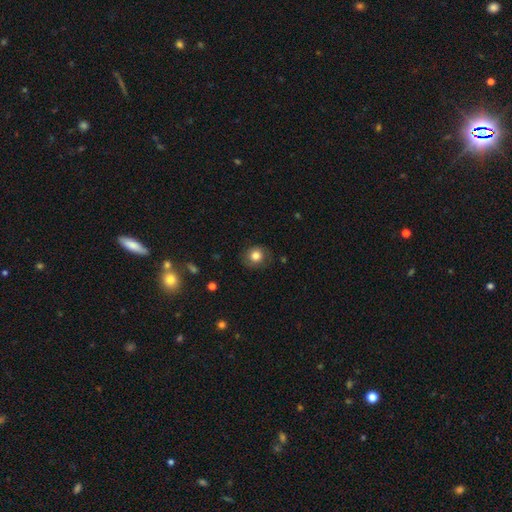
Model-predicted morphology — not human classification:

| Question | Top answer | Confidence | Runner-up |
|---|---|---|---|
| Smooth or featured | smooth | 80% | star or artifact (10%) |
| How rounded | round | 83% | in between (16%) |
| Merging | none | 82% | minor disturbance (13%) |